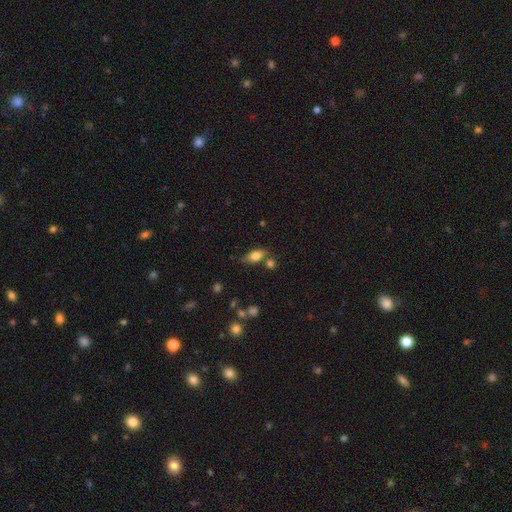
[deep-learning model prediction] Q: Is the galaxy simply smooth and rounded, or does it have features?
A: smooth — 76%.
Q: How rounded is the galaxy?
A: in between — 84%.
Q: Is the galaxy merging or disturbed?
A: none — 64%.